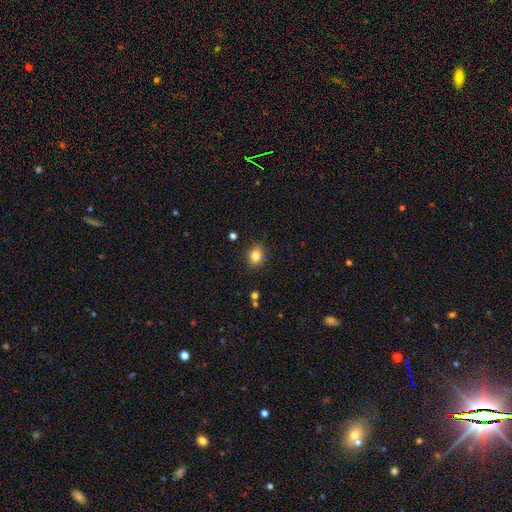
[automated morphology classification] type=smooth (82%); roundness=in between (49%, tied with round); merging=none (86%).